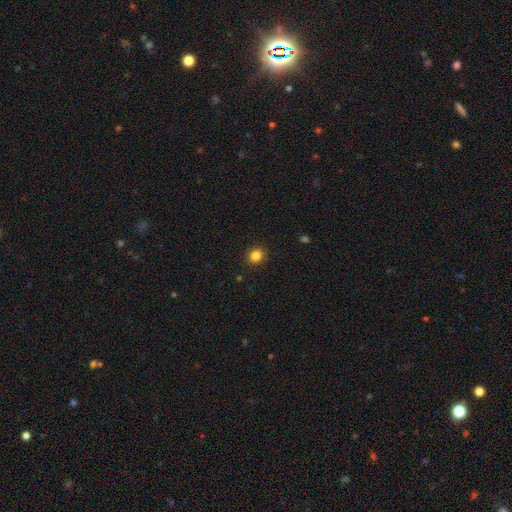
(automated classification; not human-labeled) Smooth or featured?
  - smooth: 84% *
  - star or artifact: 12%
  - featured or disk: 4%
How rounded?
  - round: 82% *
  - in between: 17%
  - cigar-shaped: 1%
Merging?
  - none: 92% *
  - minor disturbance: 6%
  - major disturbance: 2%
  - merger: 1%